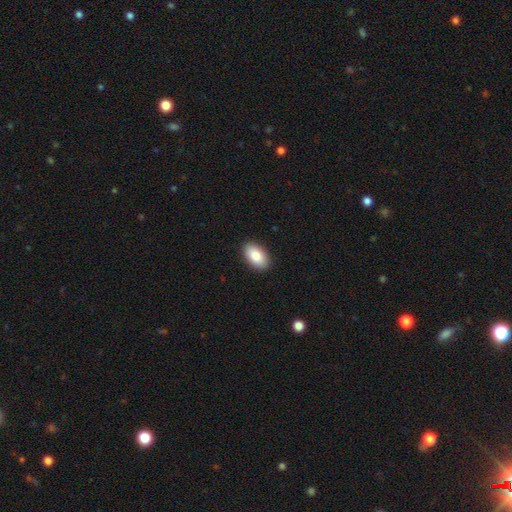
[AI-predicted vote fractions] smooth_or_featured: smooth (p=0.86) [alt: featured or disk p=0.08]
how_rounded: in between (p=0.94) [alt: round p=0.04]
merging: none (p=0.90) [alt: minor disturbance p=0.07]